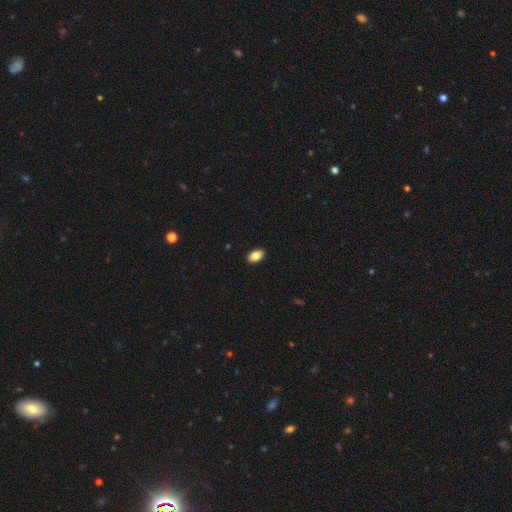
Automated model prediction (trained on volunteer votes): Smooth or featured? Predicted: smooth (p=0.86). How rounded? Predicted: in between (p=0.92). Merging? Predicted: none (p=0.91).